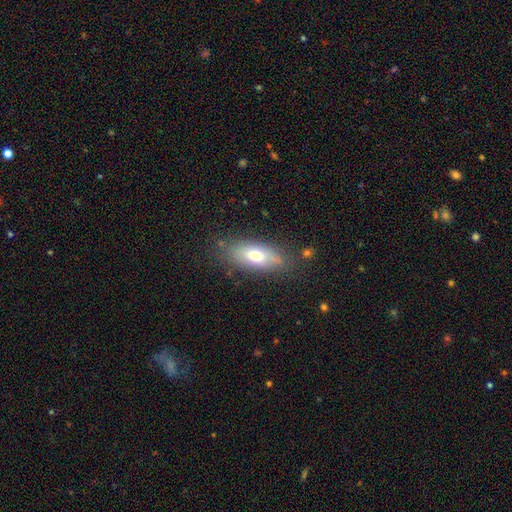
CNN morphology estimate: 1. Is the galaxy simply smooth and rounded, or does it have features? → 68% smooth, 24% featured or disk, 9% star or artifact.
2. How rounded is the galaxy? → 77% in between, 18% cigar-shaped, 4% round.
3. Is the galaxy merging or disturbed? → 77% none, 16% minor disturbance, 5% major disturbance, 2% merger.